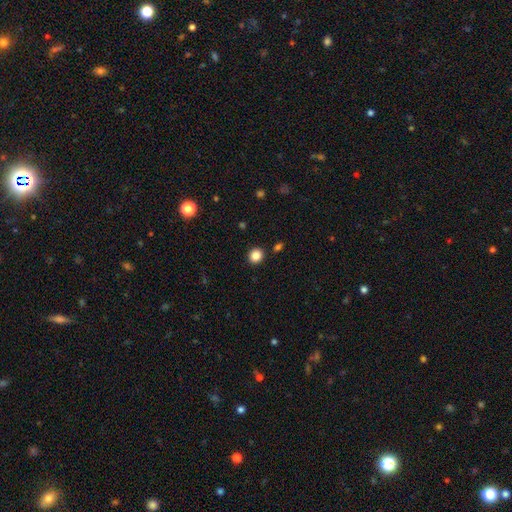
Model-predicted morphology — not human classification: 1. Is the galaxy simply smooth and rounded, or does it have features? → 85% smooth, 11% star or artifact, 4% featured or disk.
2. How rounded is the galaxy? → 80% round, 19% in between, 1% cigar-shaped.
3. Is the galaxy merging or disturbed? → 90% none, 6% minor disturbance, 2% merger, 2% major disturbance.